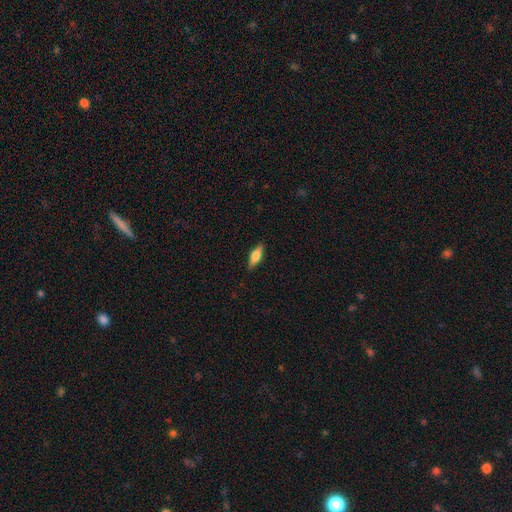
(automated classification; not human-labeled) Q: Smooth or featured?
A: smooth (63%); runner-up: featured or disk (30%)
Q: How rounded?
A: in between (61%); runner-up: cigar-shaped (36%)
Q: Merging?
A: none (87%); runner-up: minor disturbance (10%)